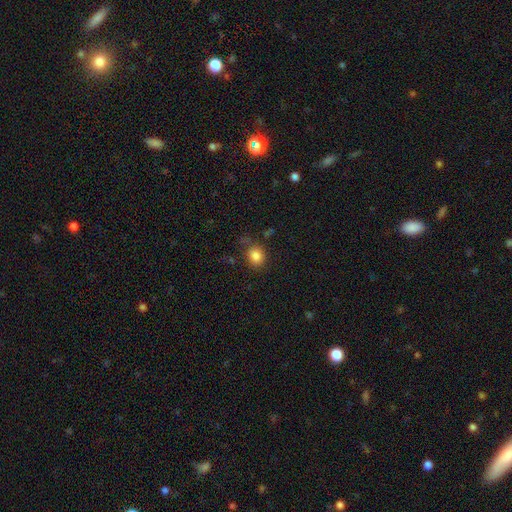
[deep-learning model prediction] The model was most divided on "how rounded": round: 69%, in between: 31%, cigar-shaped: 1%. More confident: smooth or featured — smooth (84%); merging — none (75%).